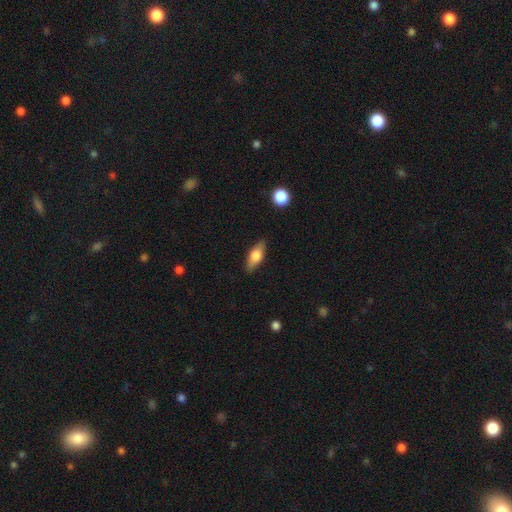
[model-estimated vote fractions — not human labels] smooth-or-featured: smooth: 60% | featured or disk: 33% | star or artifact: 6%
  how-rounded: in between: 72% | cigar-shaped: 24% | round: 4%
  merging: none: 86% | minor disturbance: 11% | major disturbance: 2% | merger: 1%